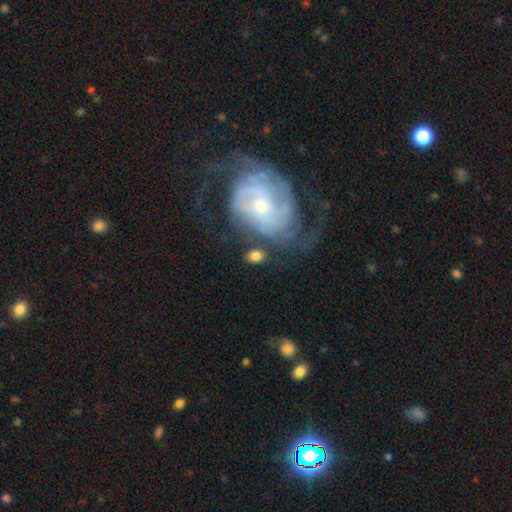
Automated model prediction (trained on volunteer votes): This appears to be a smooth galaxy with no disk features (68%) that is in between round and cigar-shaped (73%). Merging: none (65%).